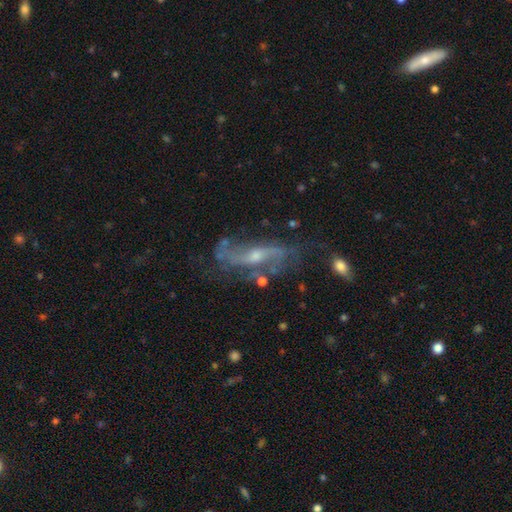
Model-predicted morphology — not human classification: A featured or disk galaxy (80%) with a weak bar (40%), 2 (80%) loose (59%) spiral arms (90%) and a small central bulge (49%).

Vote fractions:
- Smooth or featured? featured or disk: 80% / smooth: 11% / star or artifact: 9%
- Edge-on disk? no: 81% / yes: 19%
- Bar? weak: 40% / no: 39% / strong: 21%
- Spiral arms? yes: 90% / no: 10%
- Spiral winding? loose: 59% / medium: 30% / tight: 12%
- Spiral arm count? 2: 80% / can't tell: 11% / 1: 4% / 3: 3% / 4: 2% / more than 4: 2%
- Bulge size? small: 49% / moderate: 44% / none: 4% / large: 3% / dominant: 1%
- Merging? none: 60% / minor disturbance: 20% / major disturbance: 14% / merger: 6%